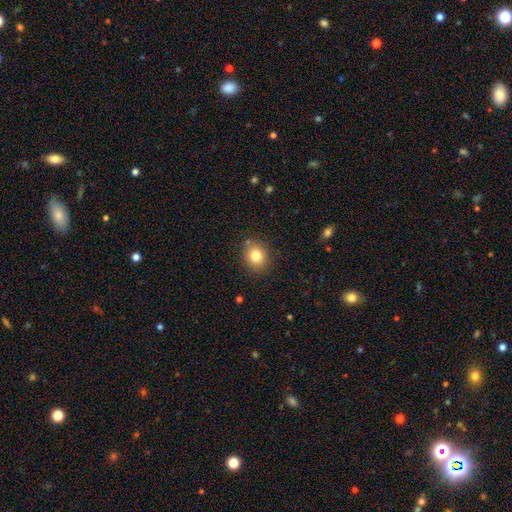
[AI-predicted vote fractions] smooth_or_featured: smooth (p=0.81) [alt: star or artifact p=0.11]
how_rounded: round (p=0.67) [alt: in between p=0.32]
merging: none (p=0.85) [alt: minor disturbance p=0.10]